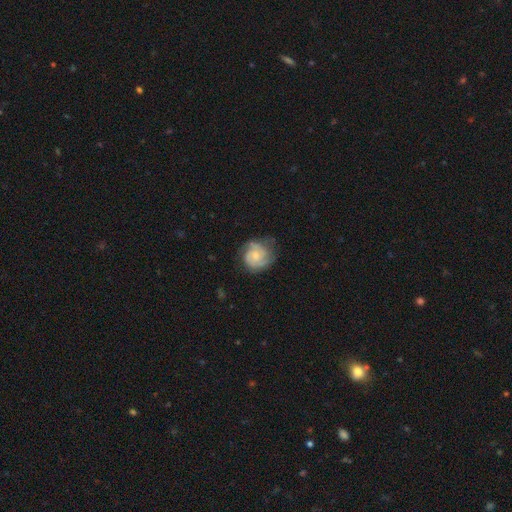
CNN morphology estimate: The model was most divided on "bulge size": small: 49%, moderate: 32%, none: 13%, large: 4%, dominant: 1%. Remaining: edge-on disk — no (98%); spiral arms — yes (90%); bar — no (69%); smooth or featured — featured or disk (65%); merging — none (64%); spiral winding — tight (53%); spiral arm count — 2 (48%).